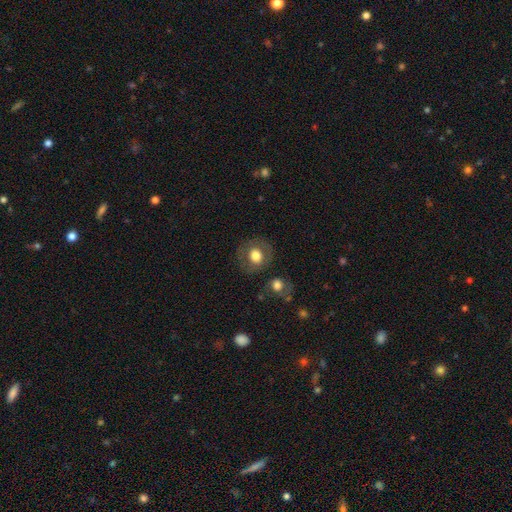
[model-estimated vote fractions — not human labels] smooth-or-featured: smooth: 68% | featured or disk: 23% | star or artifact: 9%
  how-rounded: round: 79% | in between: 20% | cigar-shaped: 1%
  merging: none: 79% | minor disturbance: 12% | major disturbance: 5% | merger: 4%